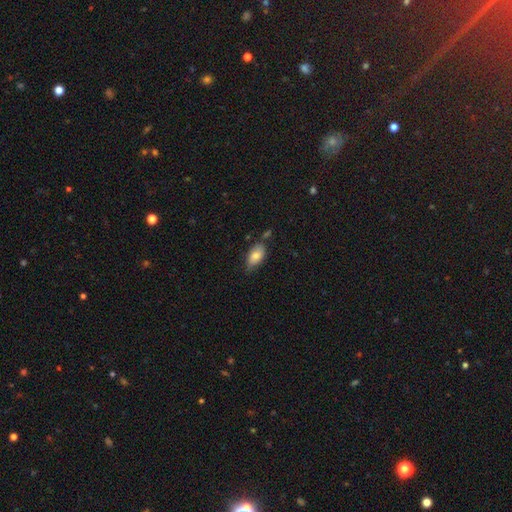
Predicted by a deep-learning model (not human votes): Morphology: type=smooth (79%); roundness=in between (92%); merging=none (63%).